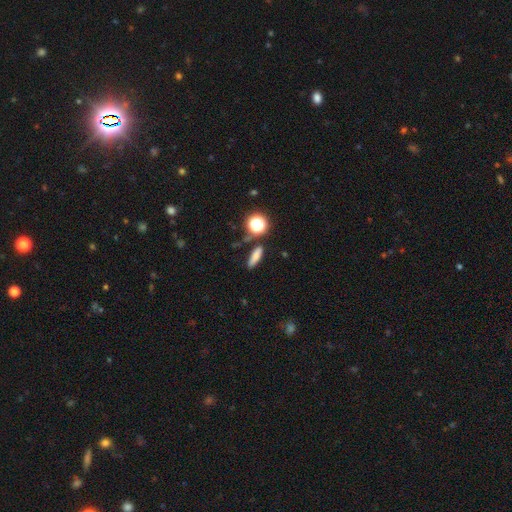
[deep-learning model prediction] Q: Smooth or featured?
A: smooth (74%); runner-up: star or artifact (15%)
Q: How rounded?
A: cigar-shaped (48%); runner-up: in between (40%)
Q: Merging?
A: none (80%); runner-up: minor disturbance (11%)